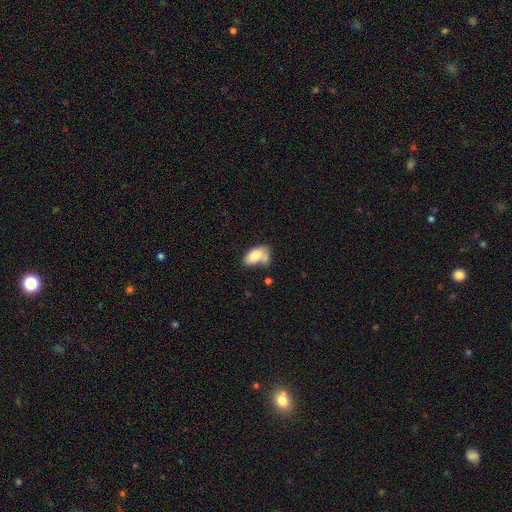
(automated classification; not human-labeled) This appears to be a smooth galaxy with no disk features (79%) that is in between round and cigar-shaped (93%). Merging: none (35%).